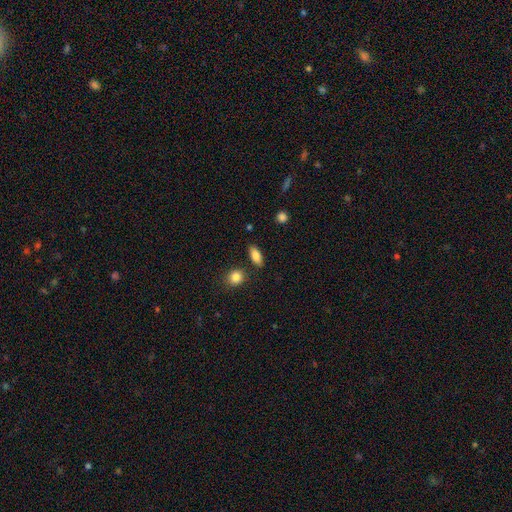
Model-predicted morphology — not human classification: This is clearly a smooth galaxy (82%). How rounded: clearly in between (81%). Merging: clearly none (83%).